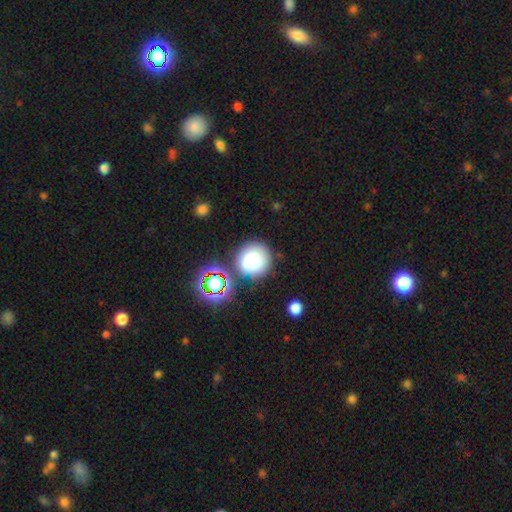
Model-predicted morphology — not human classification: Overall: smooth (75%). How rounded: round (92%). Merging: none (72%).